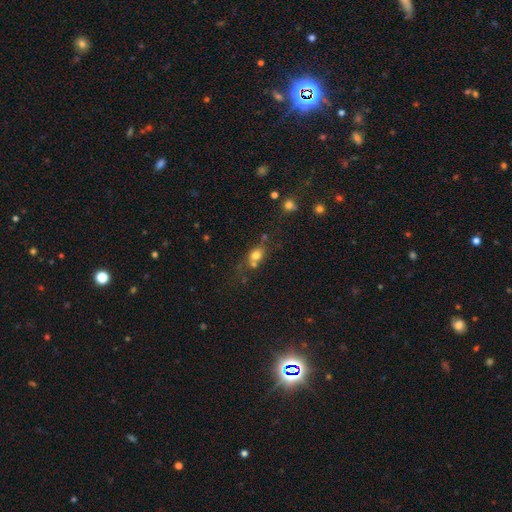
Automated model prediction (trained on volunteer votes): The model was most divided on "how rounded": round: 54%, in between: 44%, cigar-shaped: 2%. Remaining: smooth or featured — smooth (74%); merging — none (48%).